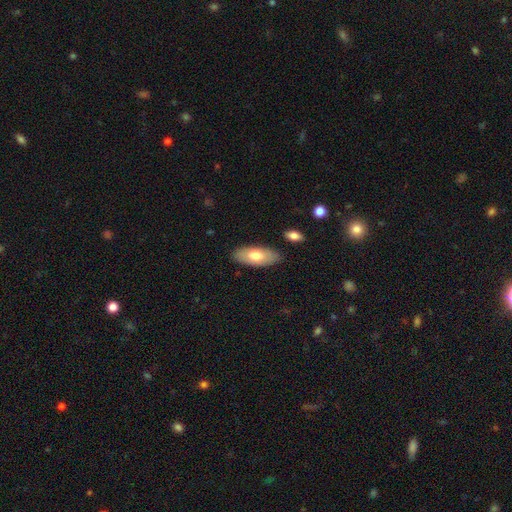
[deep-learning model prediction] smooth 71%, featured or disk 24%, star or artifact 6%. Down the decision tree: how rounded — in between (85%); merging — none (85%).